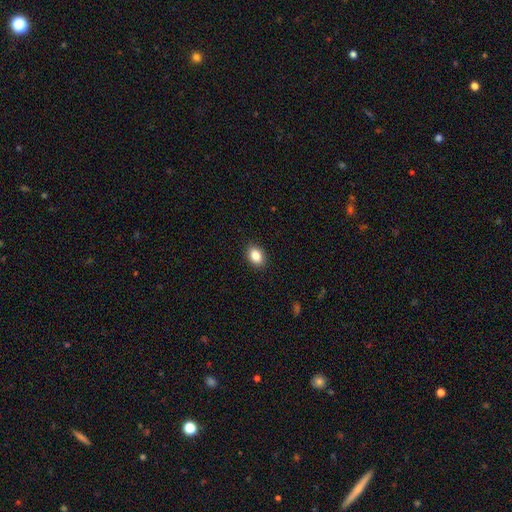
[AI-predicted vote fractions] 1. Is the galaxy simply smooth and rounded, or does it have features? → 85% smooth, 9% star or artifact, 6% featured or disk.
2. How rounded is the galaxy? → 77% in between, 22% round, 1% cigar-shaped.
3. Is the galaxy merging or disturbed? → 90% none, 7% minor disturbance, 2% major disturbance, 1% merger.